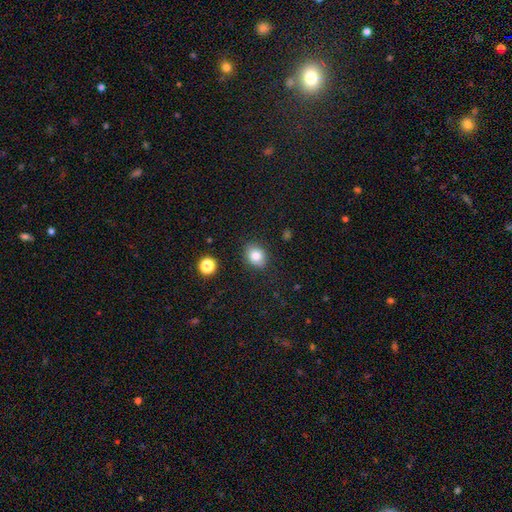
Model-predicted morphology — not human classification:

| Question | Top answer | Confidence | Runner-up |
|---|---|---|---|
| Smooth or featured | smooth | 82% | star or artifact (10%) |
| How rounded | in between | 51% | round (48%) |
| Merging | none | 84% | minor disturbance (11%) |